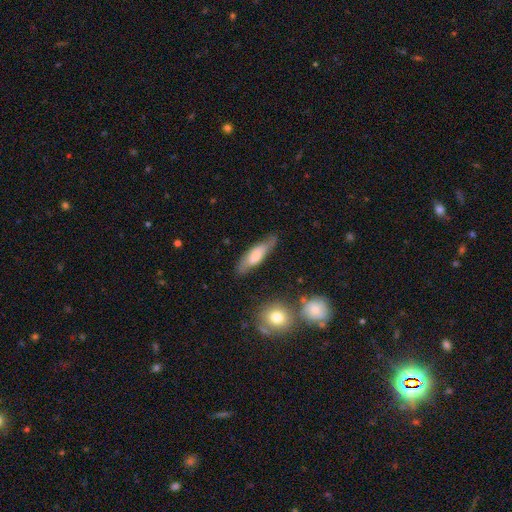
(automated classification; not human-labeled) Morphology: type=smooth (61%); roundness=cigar-shaped (60%); merging=none (75%).